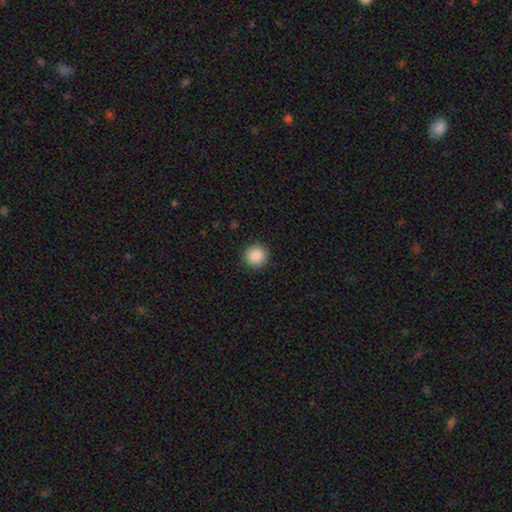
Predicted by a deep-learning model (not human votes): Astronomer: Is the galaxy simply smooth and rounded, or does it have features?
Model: smooth — 88%.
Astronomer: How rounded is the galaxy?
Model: round — 95%.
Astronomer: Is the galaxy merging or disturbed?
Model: none — 92%.